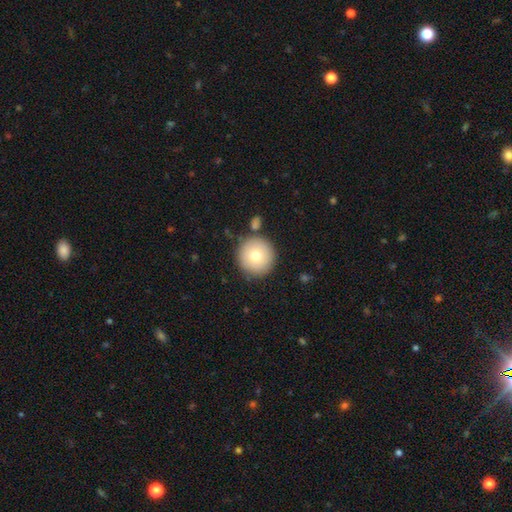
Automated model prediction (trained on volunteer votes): A smooth galaxy with no disk features (76%) that is round (96%). Merging: none (83%).